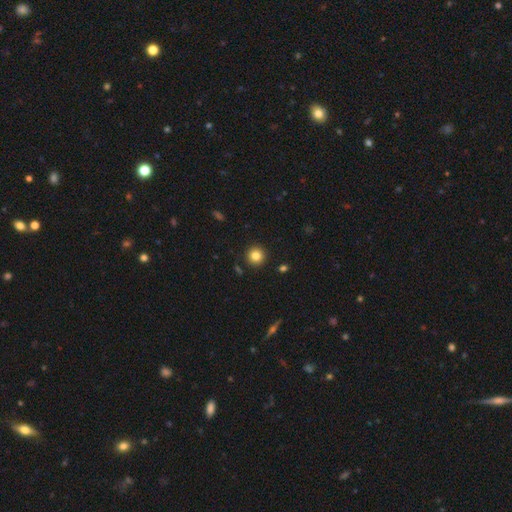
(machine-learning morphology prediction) smooth_or_featured: smooth (p=0.83) [alt: star or artifact p=0.11]
how_rounded: round (p=0.95) [alt: in between p=0.04]
merging: none (p=0.92) [alt: minor disturbance p=0.05]